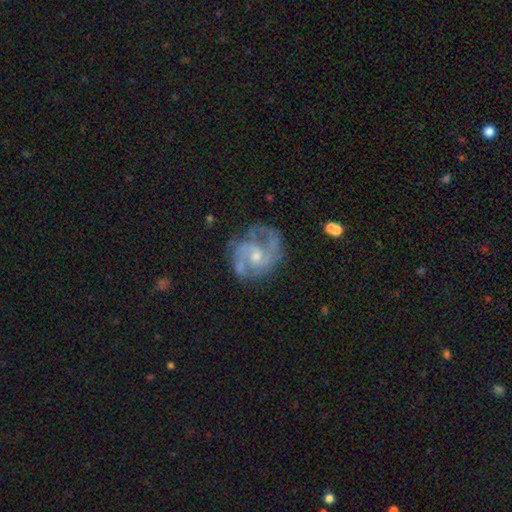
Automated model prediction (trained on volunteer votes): Smooth or featured: featured or disk — 86% (smooth — 7%)
Edge-on disk: no — 98% (yes — 2%)
Bar: no — 57% (weak — 36%)
Spiral arms: yes — 95% (no — 5%)
Spiral winding: medium — 54% (tight — 30%)
Spiral arm count: 2 — 71% (3 — 12%)
Bulge size: small — 55% (moderate — 40%)
Merging: none — 67% (minor disturbance — 20%)